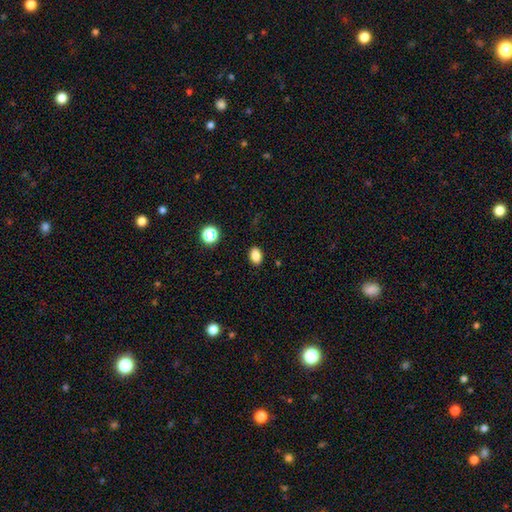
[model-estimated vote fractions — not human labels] Smooth or featured: smooth — 85% (star or artifact — 11%)
How rounded: in between — 78% (round — 21%)
Merging: none — 88% (minor disturbance — 8%)